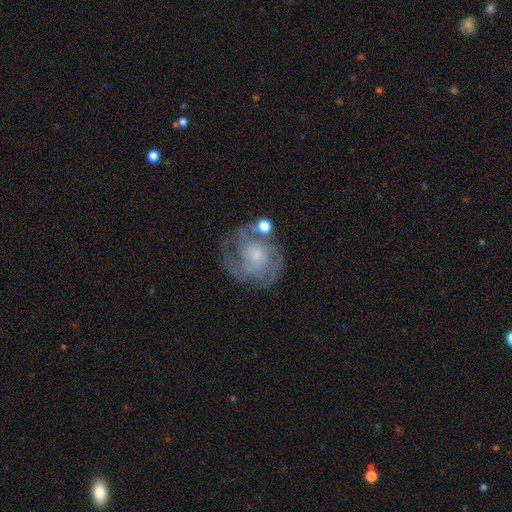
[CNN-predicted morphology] This appears to be a featured or disk galaxy (75%) with no bar (75%), tight (49%) spiral arms (87%) and a small central bulge (57%). Merging: none (58%).